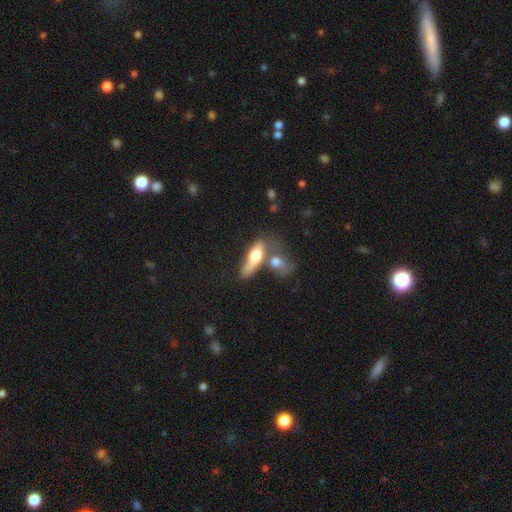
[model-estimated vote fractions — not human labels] This appears to be a smooth galaxy with no disk features (57%) that is in between round and cigar-shaped (54%). Merging: merger (48%).